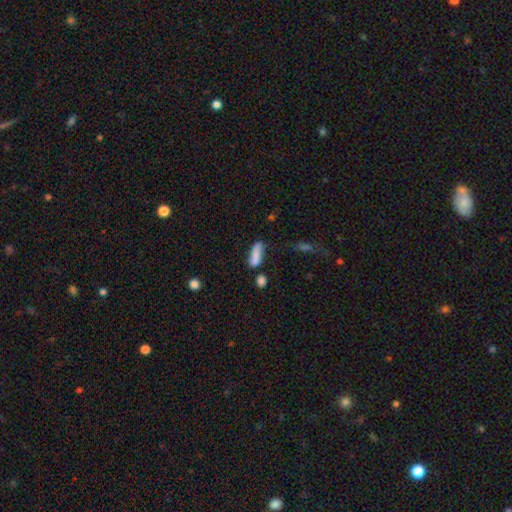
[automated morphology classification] This appears to be a smooth galaxy with no disk features (78%) that is in between round and cigar-shaped (52%). Merging: none (54%).